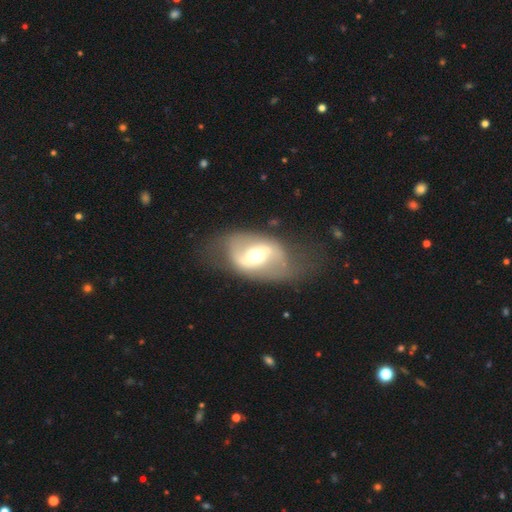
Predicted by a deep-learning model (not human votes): Smooth or featured? featured or disk (73%)
Edge-on disk? no (94%)
Bar? strong (42%)
Spiral arms? yes (69%)
Bulge size? moderate (66%)
Merging? none (59%)